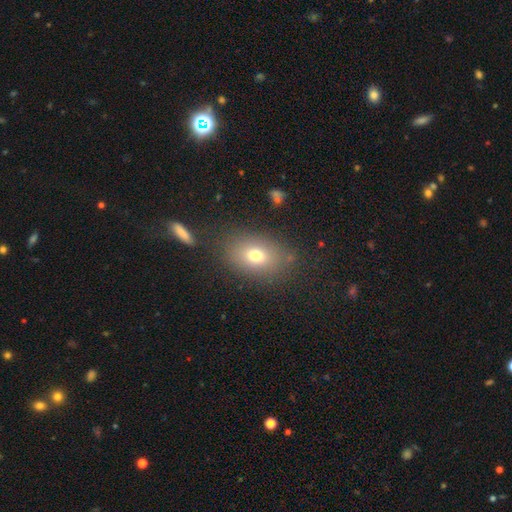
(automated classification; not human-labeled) Smooth or featured? Predicted: smooth (p=0.73). How rounded? Predicted: in between (p=0.73). Merging? Predicted: none (p=0.80).